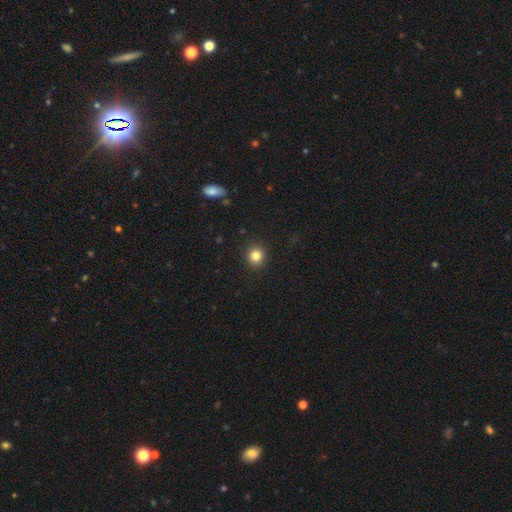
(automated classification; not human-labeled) Smooth or featured?
  - smooth: 84% *
  - star or artifact: 11%
  - featured or disk: 5%
How rounded?
  - round: 86% *
  - in between: 13%
  - cigar-shaped: 1%
Merging?
  - none: 91% *
  - minor disturbance: 6%
  - major disturbance: 2%
  - merger: 1%